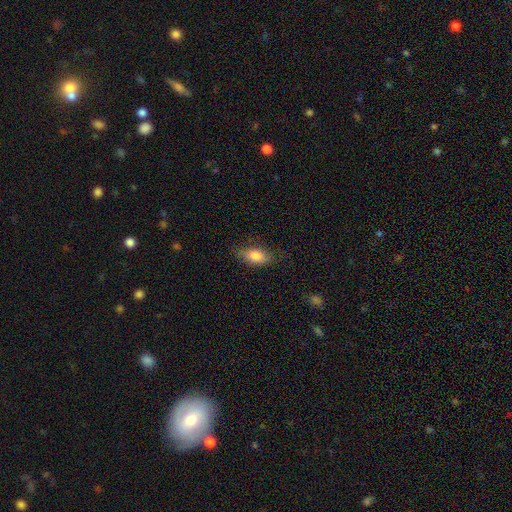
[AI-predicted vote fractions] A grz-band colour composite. It shows a smooth galaxy with no disk features (82%) that is in between round and cigar-shaped (88%). Merging: none (75%).